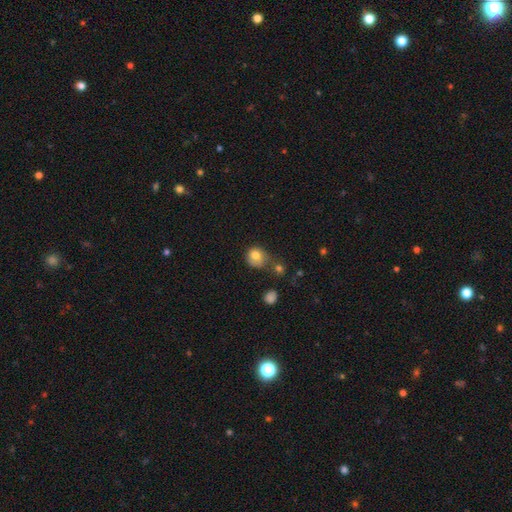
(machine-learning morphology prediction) smooth_or_featured: smooth (p=0.78) [alt: featured or disk p=0.12]
how_rounded: round (p=0.76) [alt: in between p=0.23]
merging: none (p=0.47) [alt: minor disturbance p=0.26]